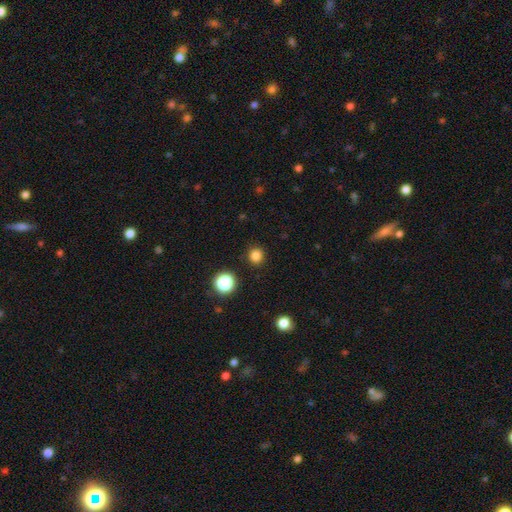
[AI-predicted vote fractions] This appears to be a smooth galaxy with no disk features (82%) that is round (90%). Merging: none (91%).